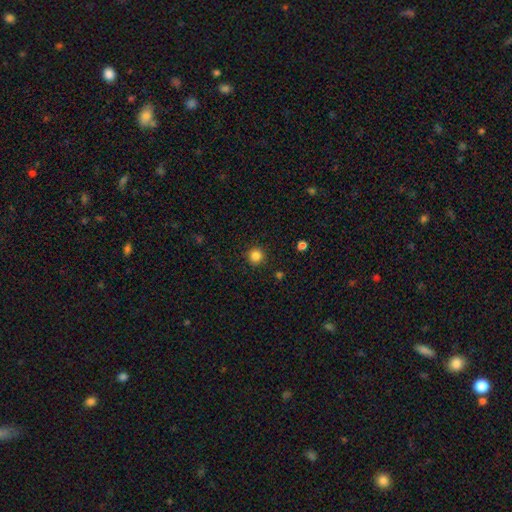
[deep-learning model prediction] This is clearly a smooth galaxy (84%). How rounded: clearly round (96%). Merging: clearly none (92%).